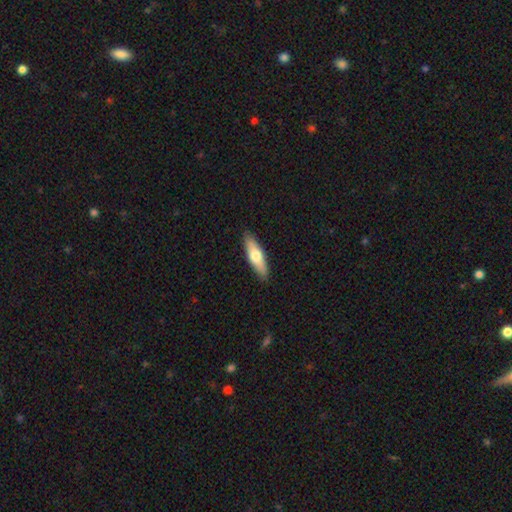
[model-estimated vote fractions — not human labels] Morphology: type=smooth (61%); roundness=cigar-shaped (57%); merging=none (89%).